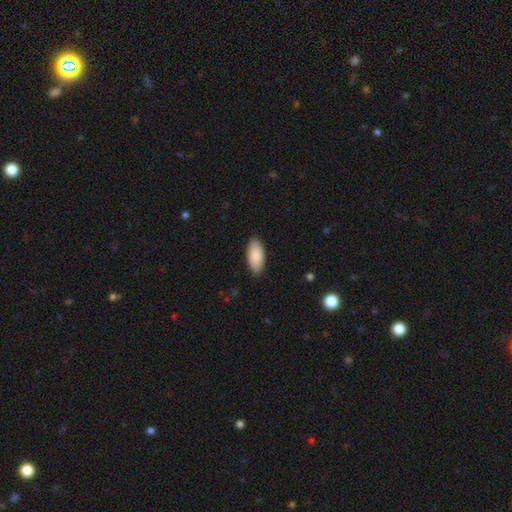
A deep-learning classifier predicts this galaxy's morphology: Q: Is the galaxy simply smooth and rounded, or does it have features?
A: smooth — 89%.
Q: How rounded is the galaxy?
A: in between — 88%.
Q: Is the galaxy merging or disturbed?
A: none — 87%.